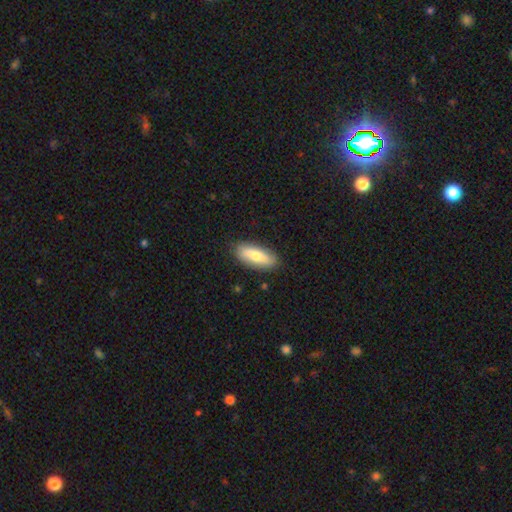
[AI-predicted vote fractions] Smooth or featured? smooth (70%)
How rounded? in between (72%)
Merging? none (86%)